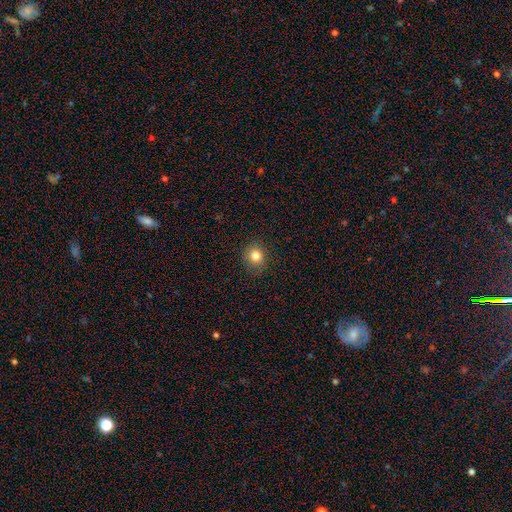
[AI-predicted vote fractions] Morphology: type=smooth (82%); roundness=round (83%); merging=none (87%).